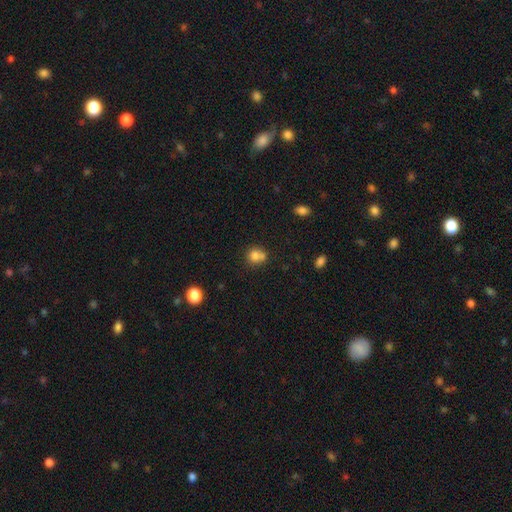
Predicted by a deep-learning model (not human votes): smooth 75%, featured or disk 13%, star or artifact 12%. Down the decision tree: how rounded — round (78%); merging — none (42%, tied with merger).